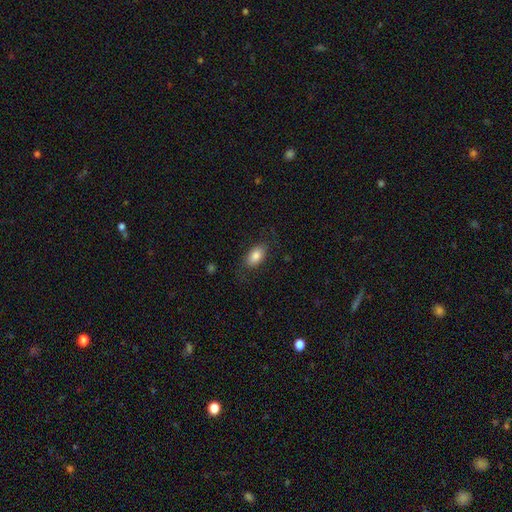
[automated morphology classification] A smooth galaxy with no disk features (83%) that is in between round and cigar-shaped (92%).

Vote fractions:
- Smooth or featured? smooth: 83% / featured or disk: 10% / star or artifact: 7%
- How rounded? in between: 92% / round: 6% / cigar-shaped: 3%
- Merging? none: 79% / minor disturbance: 14% / major disturbance: 5% / merger: 1%